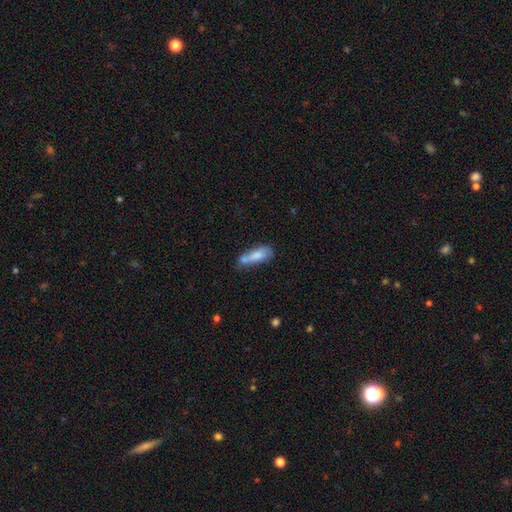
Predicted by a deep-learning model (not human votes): The model was most divided on "merging": none: 39%, minor disturbance: 27%, merger: 24%, major disturbance: 10%. More confident: smooth or featured — smooth (73%); how rounded — in between (56%).